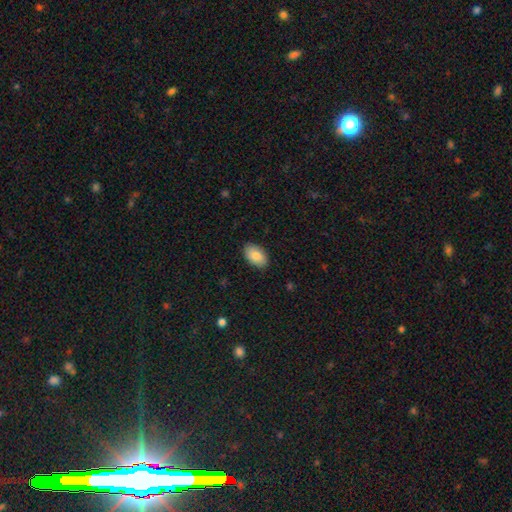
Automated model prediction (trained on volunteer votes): smooth_or_featured: smooth (p=0.85) [alt: featured or disk p=0.08]
how_rounded: in between (p=0.93) [alt: round p=0.06]
merging: none (p=0.88) [alt: minor disturbance p=0.09]